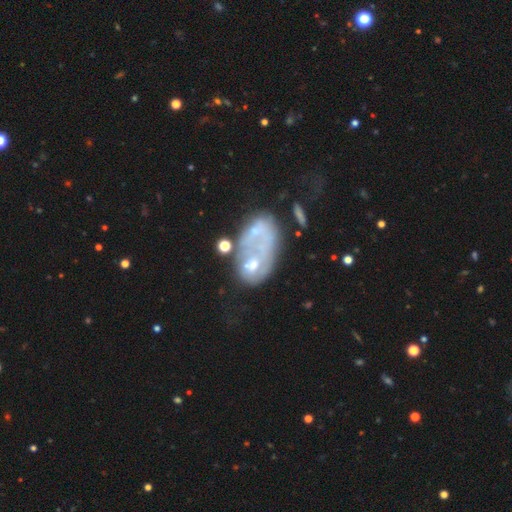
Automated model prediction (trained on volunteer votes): Morphology: type=featured or disk (53%); edge-on=no (97%); bar=no (91%); spiral arms=no (85%); bulge=none (47%); merging=merger (36%).